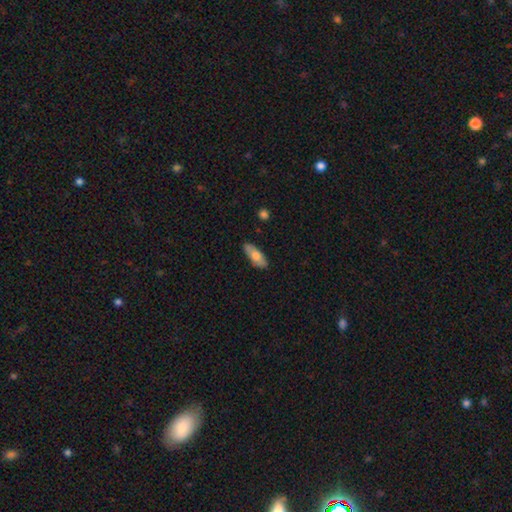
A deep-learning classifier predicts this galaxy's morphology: A smooth galaxy with no disk features (68%) that is in between round and cigar-shaped (75%). Merging: none (83%).